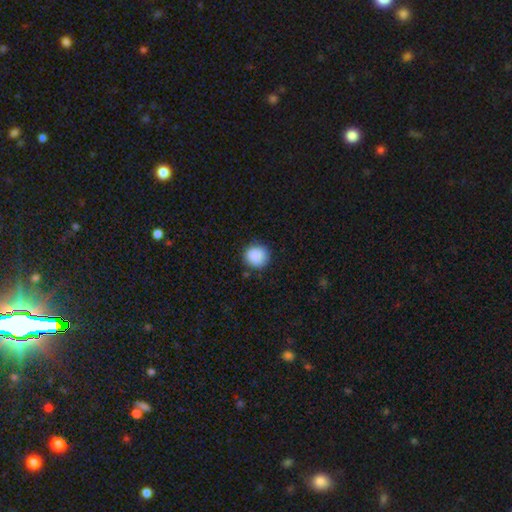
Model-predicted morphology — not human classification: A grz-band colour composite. It shows a smooth galaxy with no disk features (88%) that is round (92%). Merging: none (85%).